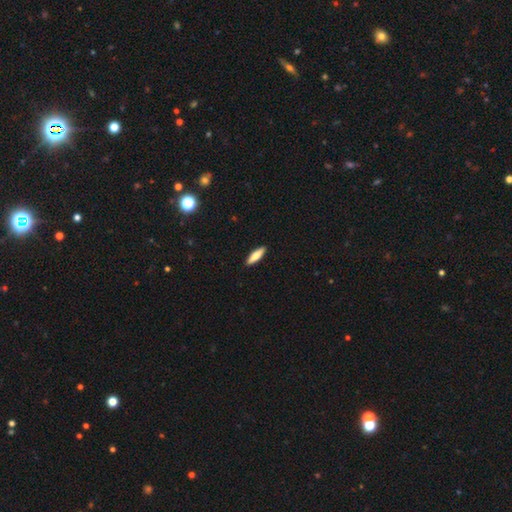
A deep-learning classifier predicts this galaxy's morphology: Smooth or featured? smooth (77%)
How rounded? cigar-shaped (62%)
Merging? none (91%)